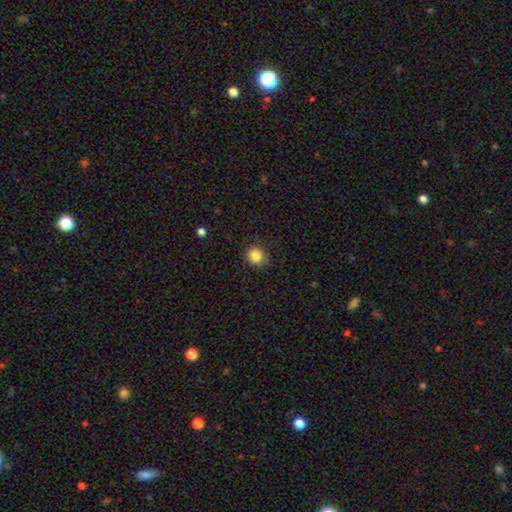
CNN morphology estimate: A smooth galaxy with no disk features (85%) that is round (84%).

Vote fractions:
- Smooth or featured? smooth: 85% / star or artifact: 10% / featured or disk: 5%
- How rounded? round: 84% / in between: 15% / cigar-shaped: 1%
- Merging? none: 84% / minor disturbance: 12% / major disturbance: 3% / merger: 1%